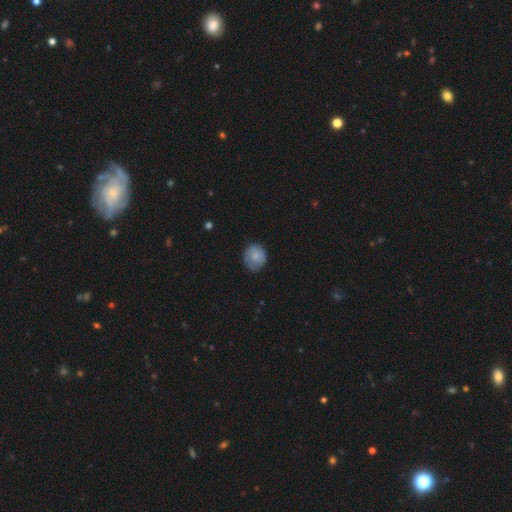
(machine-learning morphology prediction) Smooth or featured? Predicted: smooth (p=0.75). How rounded? Predicted: round (p=0.69). Merging? Predicted: none (p=0.68).